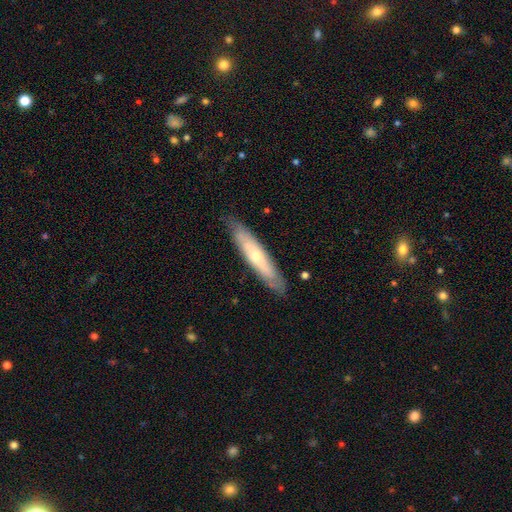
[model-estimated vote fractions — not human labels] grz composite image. It shows a featured or disk galaxy (50%) viewed edge-on (61%). Merging: none (83%).